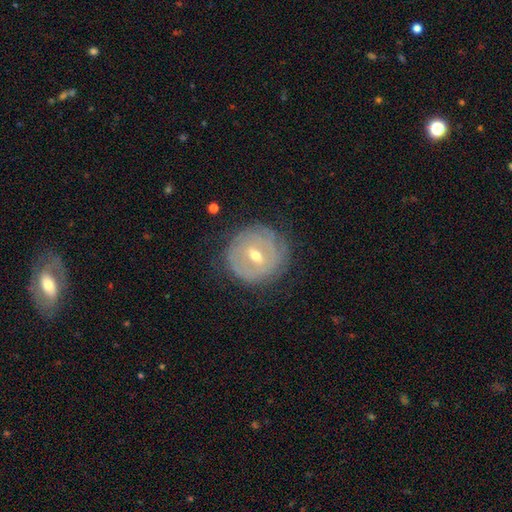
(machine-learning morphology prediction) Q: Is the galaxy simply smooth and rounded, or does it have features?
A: featured or disk — 72%.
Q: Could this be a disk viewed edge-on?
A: no — 95%.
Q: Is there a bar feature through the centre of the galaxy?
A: weak — 54%.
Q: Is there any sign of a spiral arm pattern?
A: yes — 70%.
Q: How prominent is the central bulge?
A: moderate — 58%.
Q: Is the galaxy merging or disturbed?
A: none — 78%.